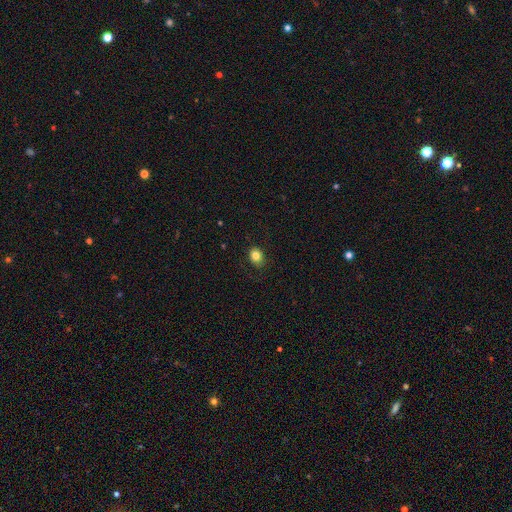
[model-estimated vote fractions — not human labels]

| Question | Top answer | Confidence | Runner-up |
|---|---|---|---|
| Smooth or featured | smooth | 82% | star or artifact (10%) |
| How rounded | in between | 50% | tied: round (50%) |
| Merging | none | 84% | minor disturbance (12%) |